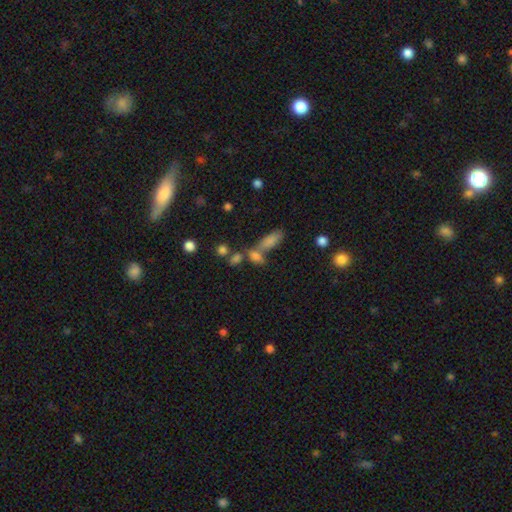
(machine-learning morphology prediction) Smooth or featured: smooth — 73% (star or artifact — 14%)
How rounded: in between — 71% (cigar-shaped — 18%)
Merging: merger — 44% (none — 41%)